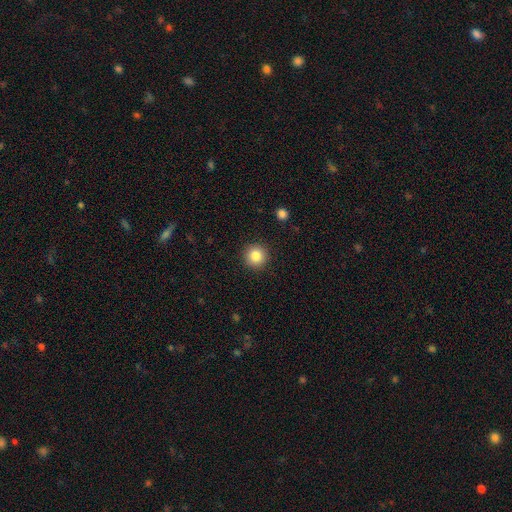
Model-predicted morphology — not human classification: type=smooth (84%); roundness=round (95%); merging=none (92%).